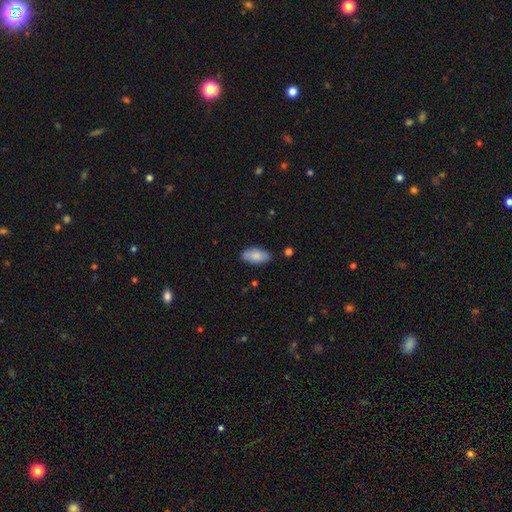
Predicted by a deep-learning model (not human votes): This appears to be a smooth galaxy with no disk features (81%) that is in between round and cigar-shaped (94%). Merging: none (81%).